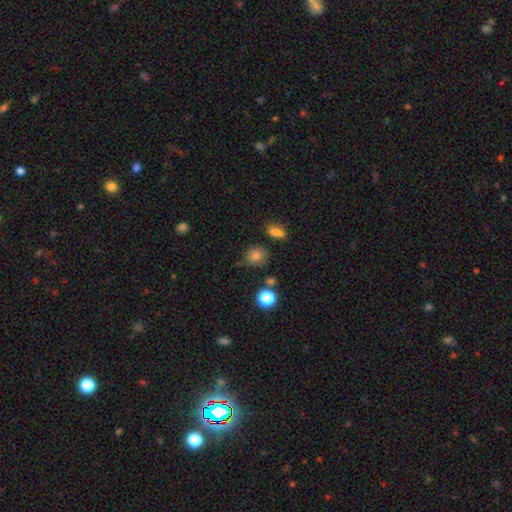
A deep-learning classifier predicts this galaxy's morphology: smooth 78%, star or artifact 16%, featured or disk 7%. Down the decision tree: how rounded — round (81%); merging — none (71%).